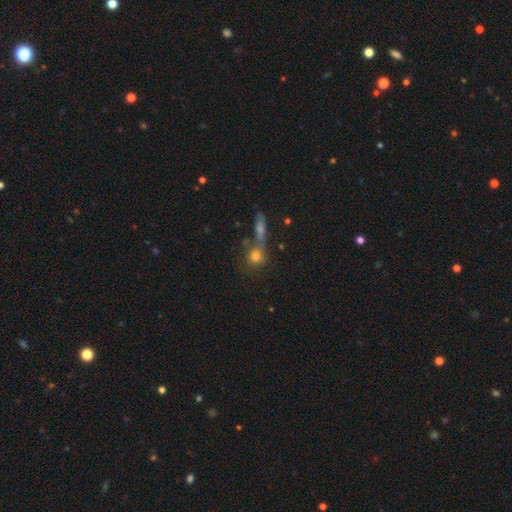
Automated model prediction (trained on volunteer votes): smooth 68%, star or artifact 17%, featured or disk 15%. Down the decision tree: how rounded — round (79%); merging — none (53%).